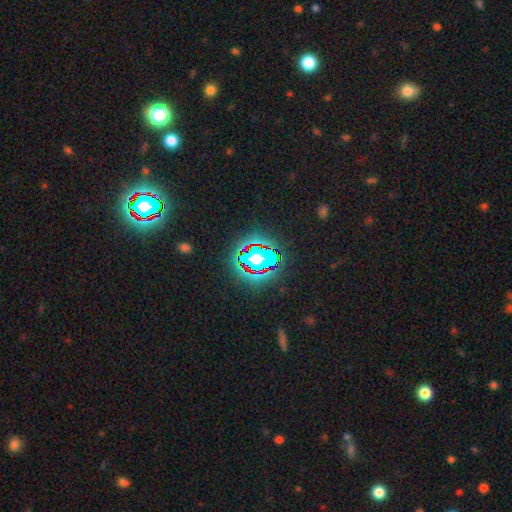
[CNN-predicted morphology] smooth-or-featured: star or artifact: 73% | smooth: 16% | featured or disk: 11%